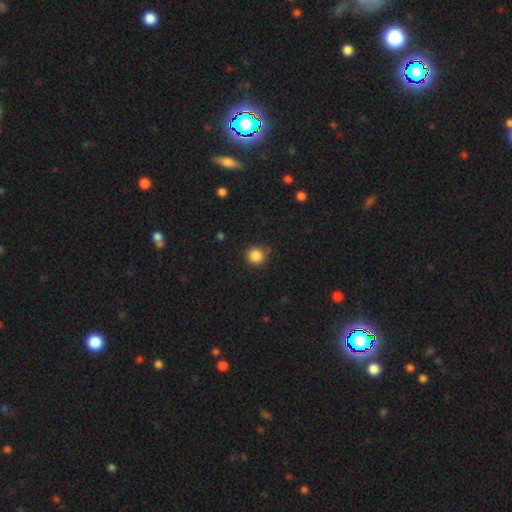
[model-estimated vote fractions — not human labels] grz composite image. It shows a smooth galaxy with no disk features (86%) that is round (94%). Merging: none (86%).